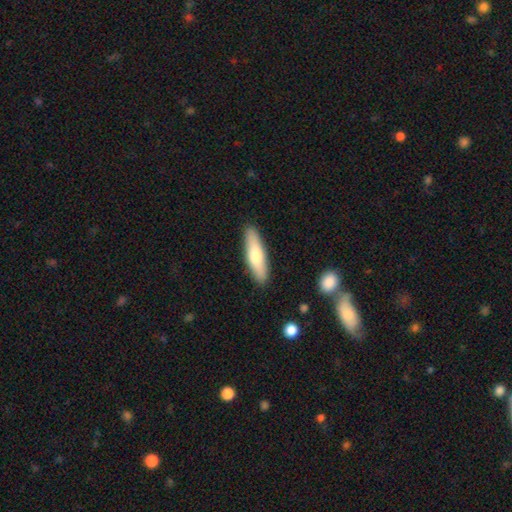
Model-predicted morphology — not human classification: smooth_or_featured: smooth (p=0.67) [alt: featured or disk p=0.28]
how_rounded: cigar-shaped (p=0.62) [alt: in between p=0.37]
merging: none (p=0.89) [alt: minor disturbance p=0.08]